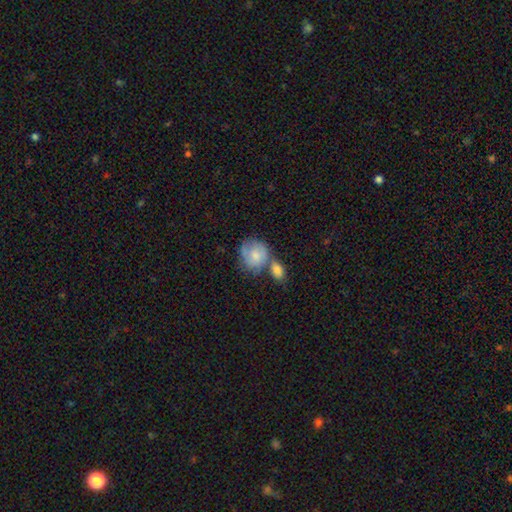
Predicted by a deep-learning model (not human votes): Smooth or featured? Predicted: smooth (p=0.63). How rounded? Predicted: round (p=0.71). Merging? Predicted: merger (p=0.39).